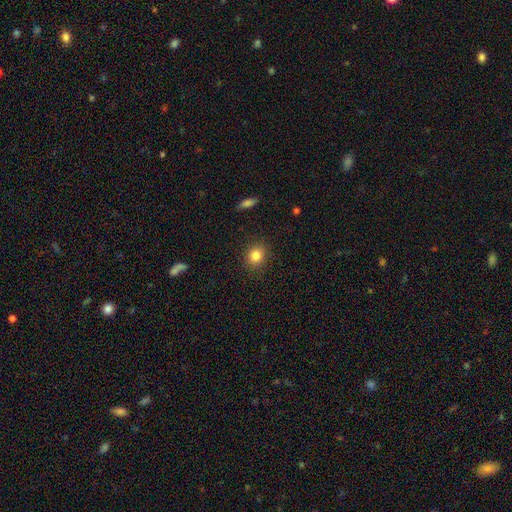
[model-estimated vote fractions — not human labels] Q: Smooth or featured?
A: smooth (83%); runner-up: star or artifact (10%)
Q: How rounded?
A: round (75%); runner-up: in between (24%)
Q: Merging?
A: none (89%); runner-up: minor disturbance (8%)